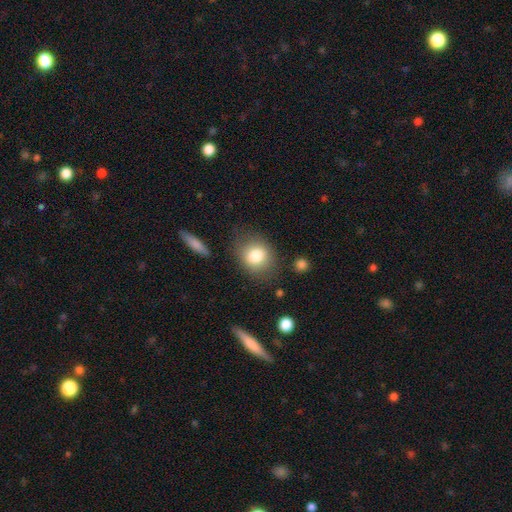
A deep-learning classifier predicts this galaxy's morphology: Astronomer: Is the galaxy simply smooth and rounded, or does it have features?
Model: smooth — 81%.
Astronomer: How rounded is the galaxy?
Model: round — 60% (runner-up: in between, 39%).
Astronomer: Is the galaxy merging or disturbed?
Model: none — 75%.